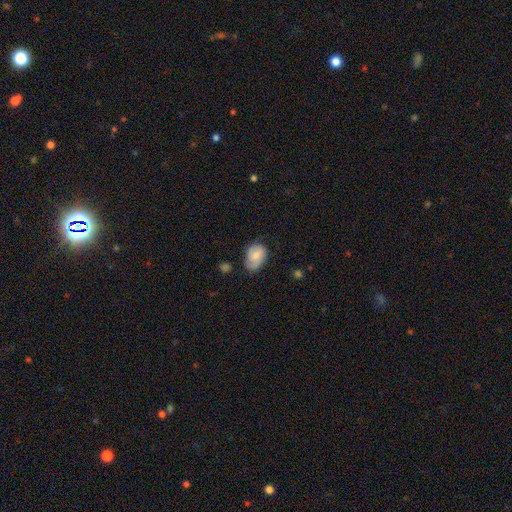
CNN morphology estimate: smooth 69%, featured or disk 24%, star or artifact 7%. Down the decision tree: how rounded — in between (76%); merging — none (55%).